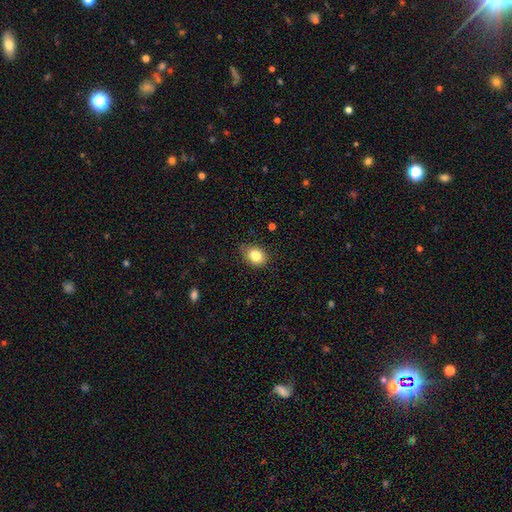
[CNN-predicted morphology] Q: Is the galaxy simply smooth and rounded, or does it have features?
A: smooth — 84%.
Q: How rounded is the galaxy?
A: in between — 62%.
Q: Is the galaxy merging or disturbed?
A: none — 76%.